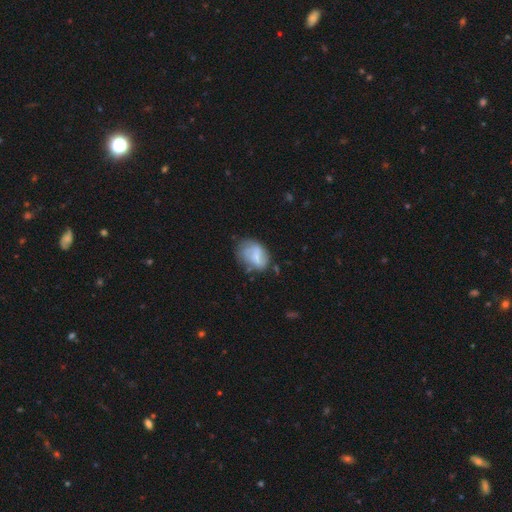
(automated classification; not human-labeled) smooth_or_featured: smooth (p=0.52) [alt: featured or disk p=0.40]
how_rounded: in between (p=0.71) [alt: round p=0.27]
merging: none (p=0.50) [alt: minor disturbance p=0.30]